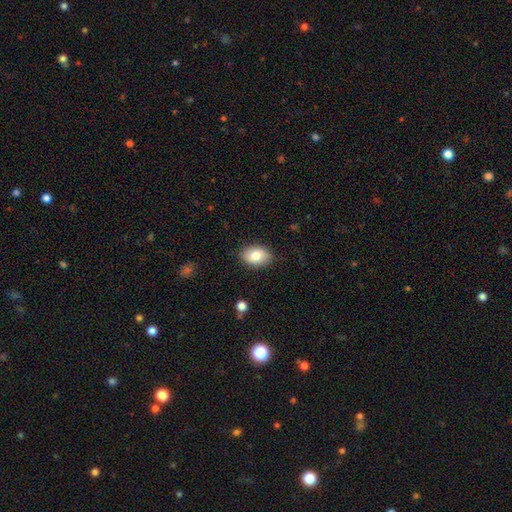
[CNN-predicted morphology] A smooth galaxy with no disk features (81%) that is in between round and cigar-shaped (85%). Merging: none (87%).